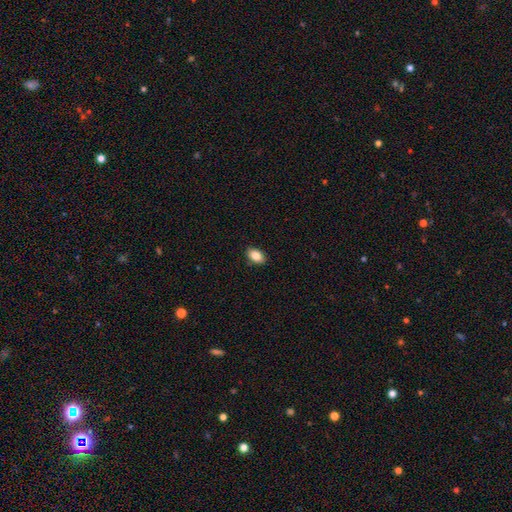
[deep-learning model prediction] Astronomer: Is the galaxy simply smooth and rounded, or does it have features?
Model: smooth — 86%.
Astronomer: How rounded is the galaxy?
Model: in between — 90%.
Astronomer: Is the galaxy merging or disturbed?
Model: none — 89%.